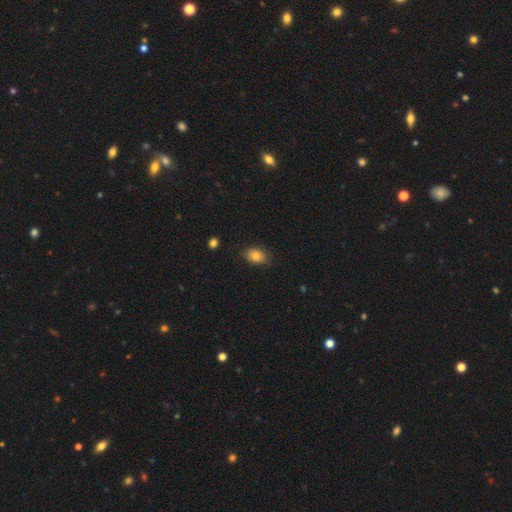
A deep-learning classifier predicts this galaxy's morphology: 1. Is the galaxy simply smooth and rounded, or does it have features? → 83% smooth, 9% star or artifact, 9% featured or disk.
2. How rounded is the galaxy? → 78% in between, 21% round, 1% cigar-shaped.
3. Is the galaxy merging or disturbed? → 82% none, 14% minor disturbance, 3% major disturbance, 1% merger.